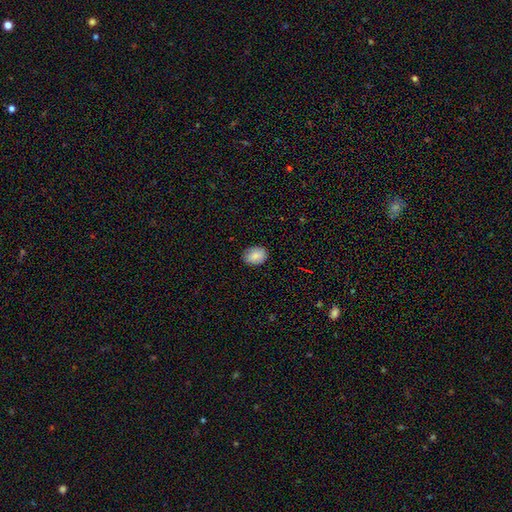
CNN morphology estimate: type=smooth (84%); roundness=in between (61%); merging=none (83%).